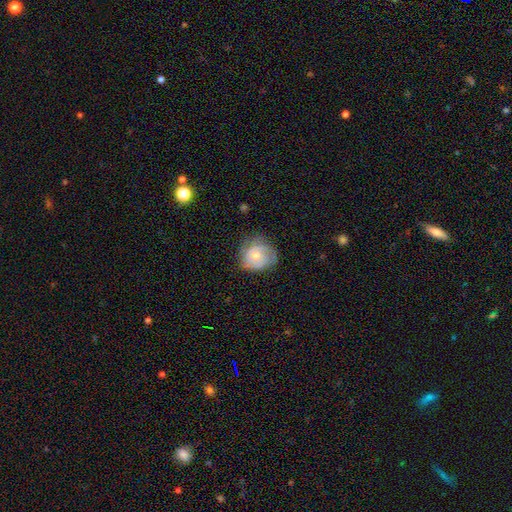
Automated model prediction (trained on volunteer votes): A smooth galaxy with no disk features (47%).

Vote fractions:
- Smooth or featured? smooth: 47% / featured or disk: 45% / star or artifact: 7%
- Merging? none: 60% / minor disturbance: 28% / major disturbance: 11% / merger: 1%